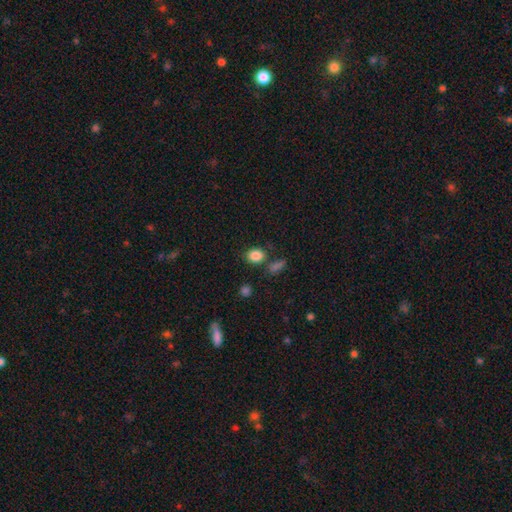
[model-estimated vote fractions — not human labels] Smooth or featured: smooth — 85% (star or artifact — 10%)
How rounded: round — 50% (in between — 48%)
Merging: none — 72% (minor disturbance — 13%)